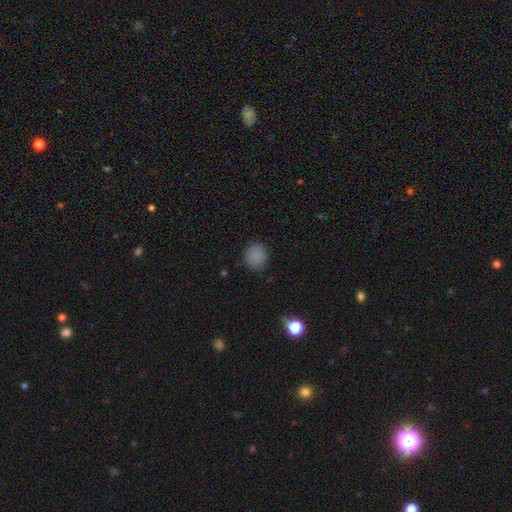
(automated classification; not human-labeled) Smooth or featured? Predicted: smooth (p=0.85). How rounded? Predicted: round (p=0.83). Merging? Predicted: none (p=0.88).